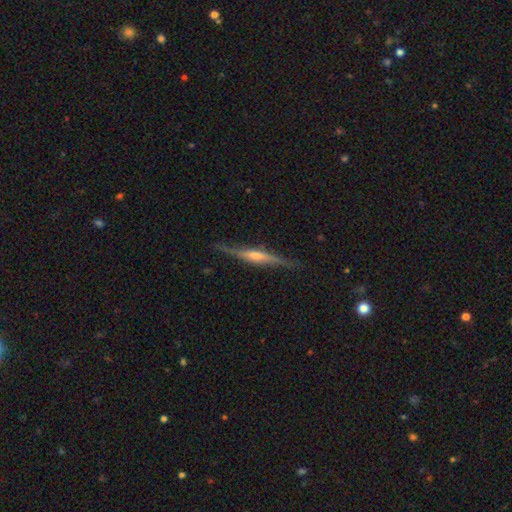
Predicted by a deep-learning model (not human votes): Morphology: type=featured or disk (75%); edge-on=yes (96%); edge-on bulge=rounded (68%); merging=none (82%).